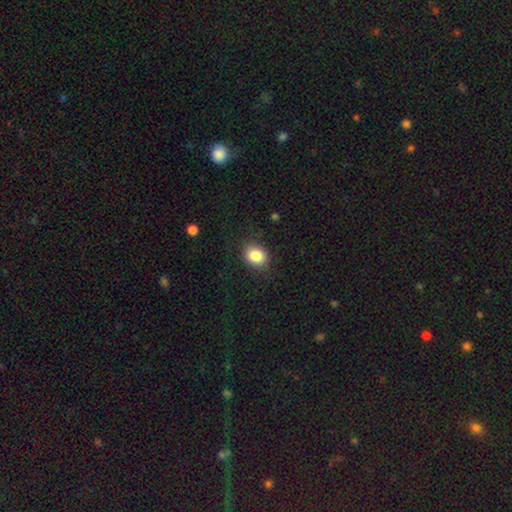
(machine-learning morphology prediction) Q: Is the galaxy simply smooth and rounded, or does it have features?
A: smooth — 85%.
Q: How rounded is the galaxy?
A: round — 52%.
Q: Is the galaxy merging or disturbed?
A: none — 86%.